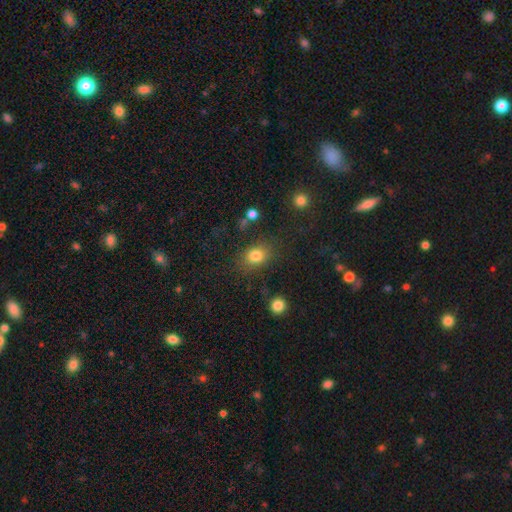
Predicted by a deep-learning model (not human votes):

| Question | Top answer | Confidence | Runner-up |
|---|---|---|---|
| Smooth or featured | smooth | 81% | star or artifact (12%) |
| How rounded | in between | 54% | round (44%) |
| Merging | none | 77% | minor disturbance (13%) |